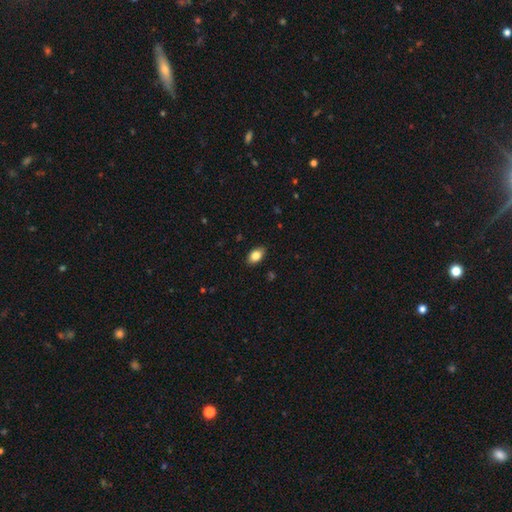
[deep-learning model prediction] Q: Smooth or featured?
A: smooth (84%); runner-up: star or artifact (8%)
Q: How rounded?
A: in between (88%); runner-up: round (10%)
Q: Merging?
A: none (87%); runner-up: minor disturbance (10%)